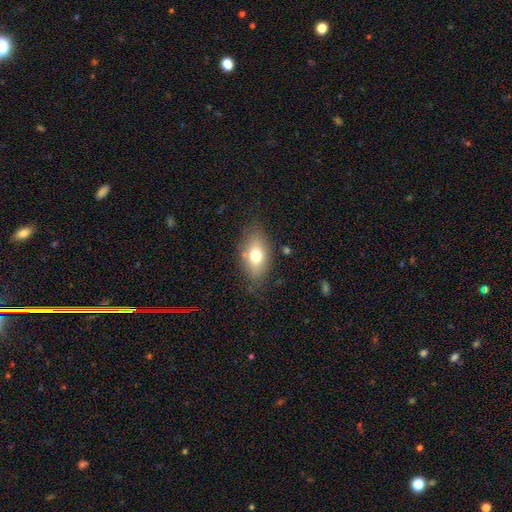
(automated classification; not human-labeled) Morphology: type=smooth (73%); roundness=in between (86%); merging=none (78%).